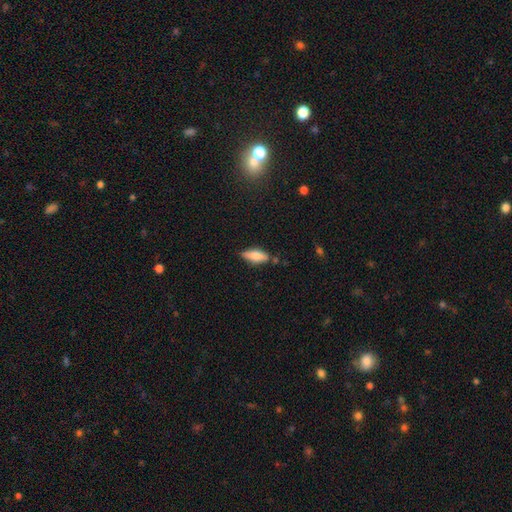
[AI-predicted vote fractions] Smooth or featured? smooth (73%)
How rounded? in between (68%)
Merging? none (74%)